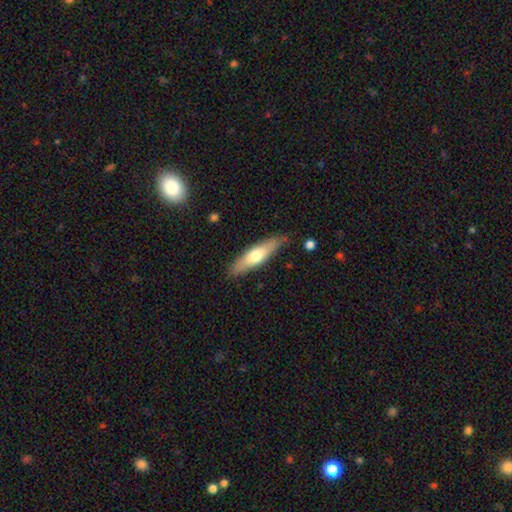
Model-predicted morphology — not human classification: The model was most divided on "smooth or featured": smooth: 58%, featured or disk: 37%, star or artifact: 5%. More confident: merging — none (83%); how rounded — cigar-shaped (70%).